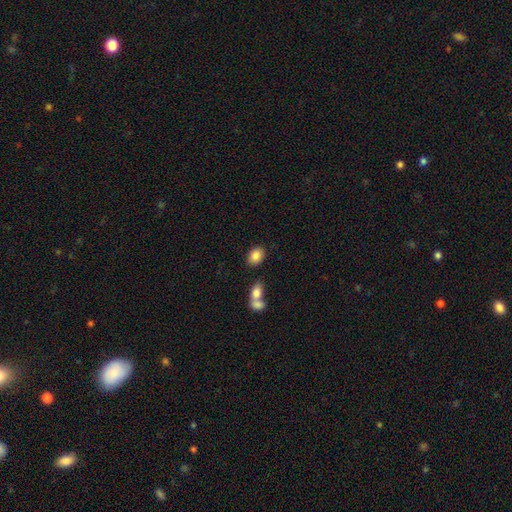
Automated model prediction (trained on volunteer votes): A smooth galaxy with no disk features (85%) that is in between round and cigar-shaped (66%).

Vote fractions:
- Smooth or featured? smooth: 85% / star or artifact: 8% / featured or disk: 7%
- How rounded? in between: 66% / round: 32% / cigar-shaped: 1%
- Merging? none: 77% / minor disturbance: 10% / merger: 10% / major disturbance: 3%